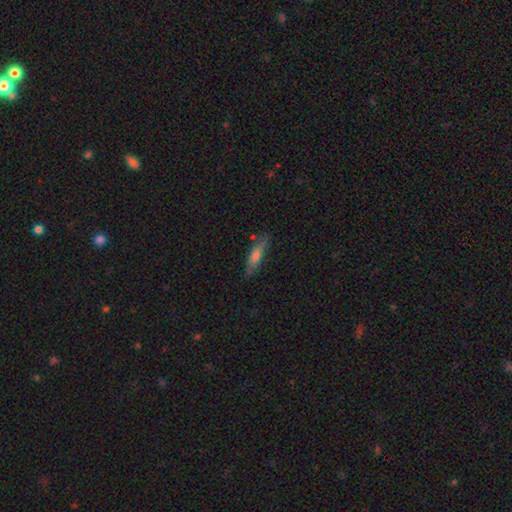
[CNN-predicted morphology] This appears to be a smooth galaxy with no disk features (52%) that is cigar-shaped (79%). Merging: none (79%).